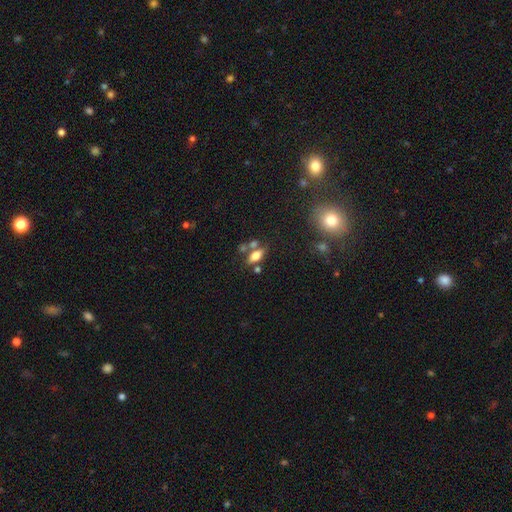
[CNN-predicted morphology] Overall: smooth (67%). How rounded: in between (81%). Merging: none (57%; merger 24%).